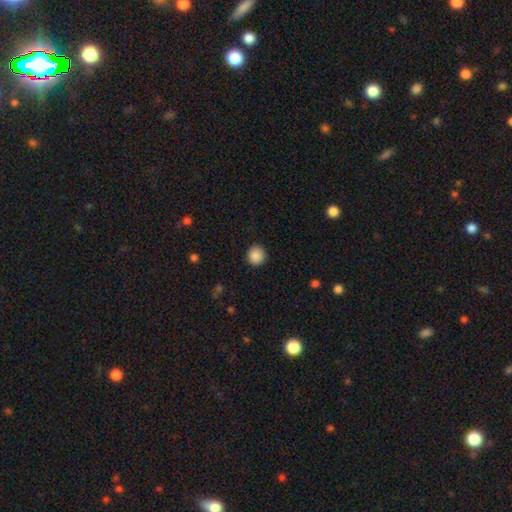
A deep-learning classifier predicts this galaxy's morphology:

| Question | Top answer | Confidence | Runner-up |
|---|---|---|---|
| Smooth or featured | smooth | 88% | star or artifact (9%) |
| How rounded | round | 91% | in between (8%) |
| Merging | none | 91% | minor disturbance (6%) |